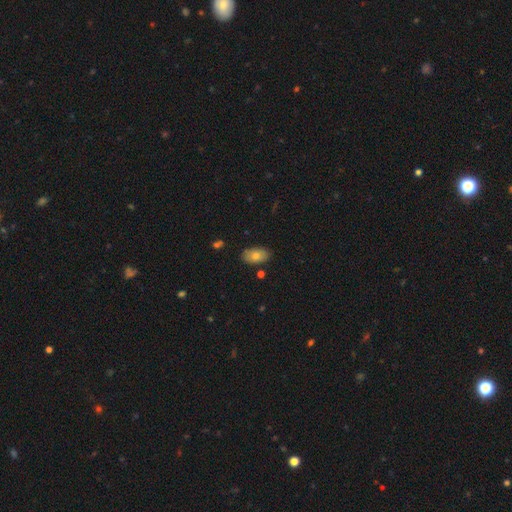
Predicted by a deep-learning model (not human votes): Smooth or featured?
  - smooth: 77% *
  - featured or disk: 15%
  - star or artifact: 8%
How rounded?
  - in between: 93% *
  - round: 5%
  - cigar-shaped: 2%
Merging?
  - none: 85% *
  - minor disturbance: 11%
  - major disturbance: 2%
  - merger: 2%